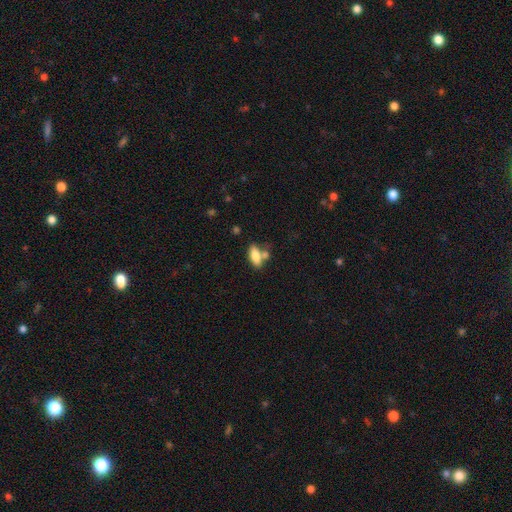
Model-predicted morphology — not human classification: This appears to be a smooth galaxy with no disk features (77%) that is in between round and cigar-shaped (79%). Merging: none (54%).